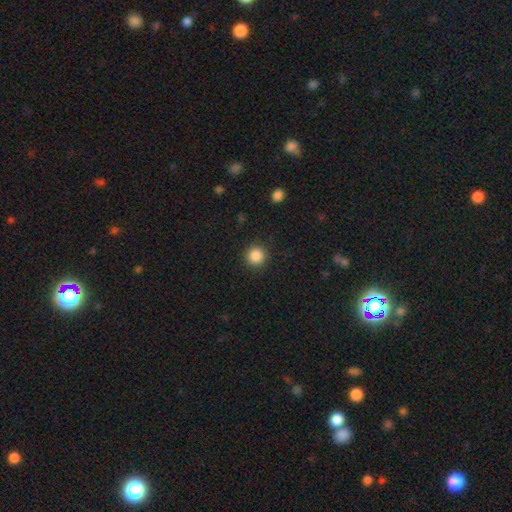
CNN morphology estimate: smooth_or_featured: smooth (p=0.87) [alt: star or artifact p=0.10]
how_rounded: round (p=0.95) [alt: in between p=0.04]
merging: none (p=0.91) [alt: minor disturbance p=0.06]